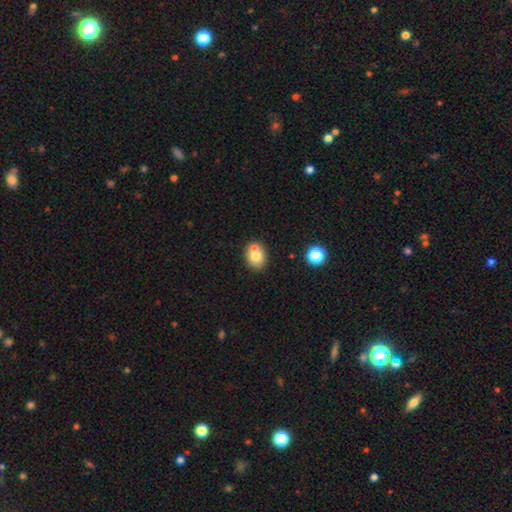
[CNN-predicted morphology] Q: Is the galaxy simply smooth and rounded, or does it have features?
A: smooth — 74%.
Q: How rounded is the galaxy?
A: round — 58%.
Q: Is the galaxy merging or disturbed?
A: none — 58%.